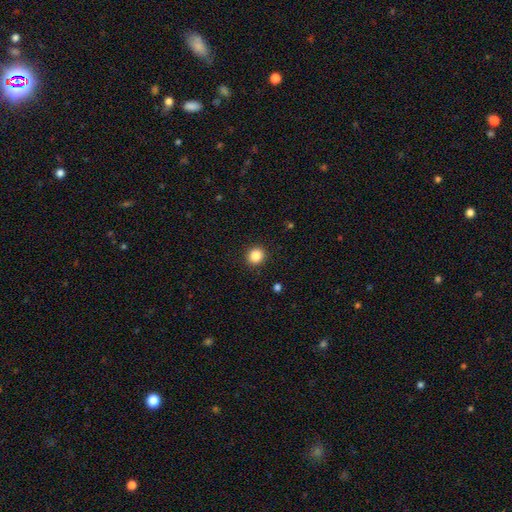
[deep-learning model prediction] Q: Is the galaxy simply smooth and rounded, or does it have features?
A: smooth — 86%.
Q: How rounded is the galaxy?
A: round — 82%.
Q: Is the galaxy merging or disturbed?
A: none — 91%.